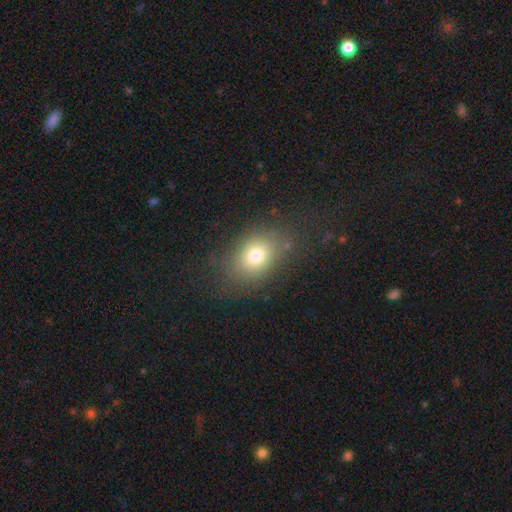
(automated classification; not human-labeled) Morphology: type=smooth (75%); roundness=in between (65%); merging=none (76%).